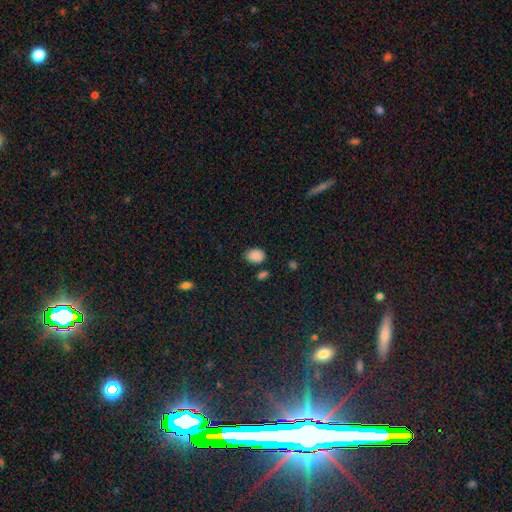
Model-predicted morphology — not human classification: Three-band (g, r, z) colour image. It shows a smooth galaxy with no disk features (86%) that is in between round and cigar-shaped (73%). Merging: none (76%).